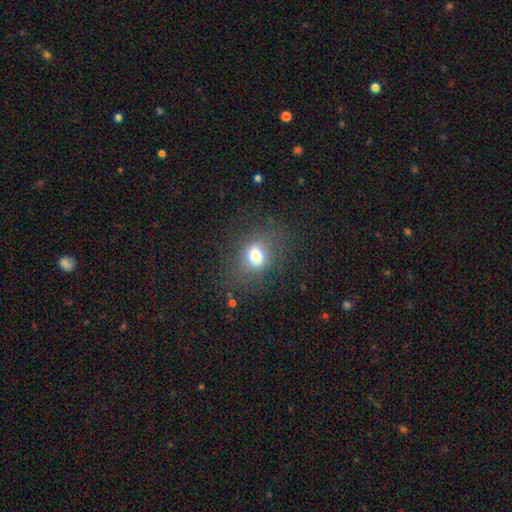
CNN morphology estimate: This appears to be a smooth galaxy with no disk features (67%) that is round (54%). Merging: none (82%).